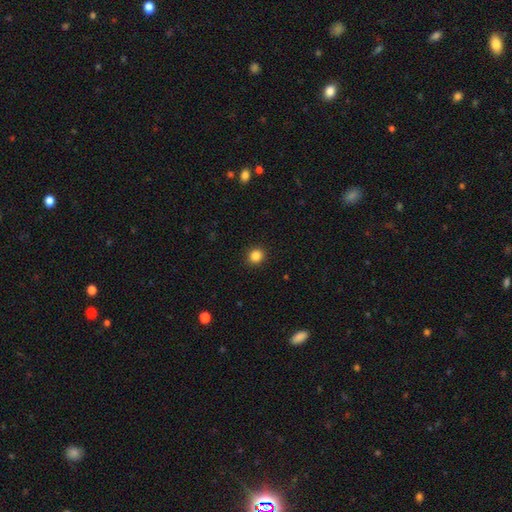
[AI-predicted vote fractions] Q: Smooth or featured?
A: smooth (85%); runner-up: star or artifact (11%)
Q: How rounded?
A: round (89%); runner-up: in between (10%)
Q: Merging?
A: none (92%); runner-up: minor disturbance (5%)